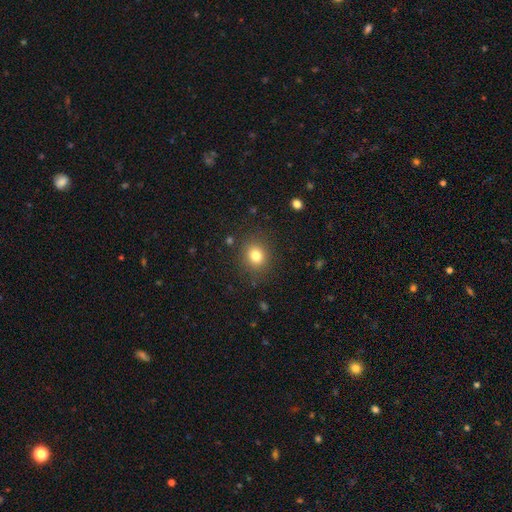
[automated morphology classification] Smooth or featured? smooth (80%)
How rounded? round (77%)
Merging? none (87%)